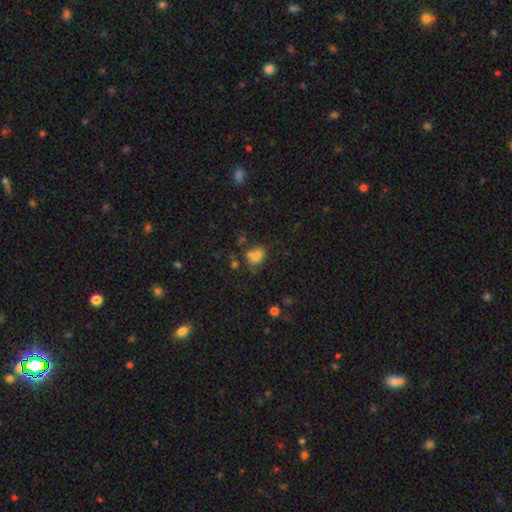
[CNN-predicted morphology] The model was most divided on "merging": none: 48%, merger: 25%, minor disturbance: 19%, major disturbance: 8%. More confident: smooth or featured — smooth (74%); how rounded — in between (62%).